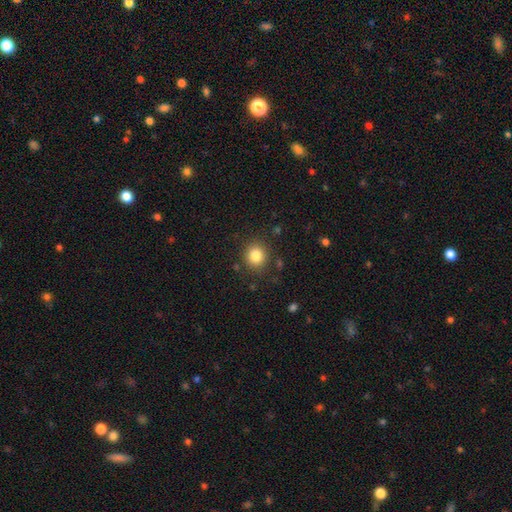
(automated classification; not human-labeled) Smooth or featured? Predicted: smooth (p=0.83). How rounded? Predicted: round (p=0.86). Merging? Predicted: none (p=0.87).